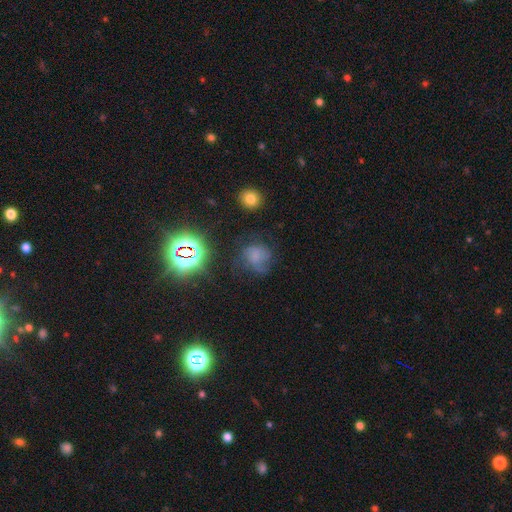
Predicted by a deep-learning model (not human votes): Smooth or featured?
  - smooth: 49% *
  - featured or disk: 28%
  - star or artifact: 23%
Merging?
  - none: 46% *
  - minor disturbance: 26%
  - major disturbance: 25%
  - merger: 3%